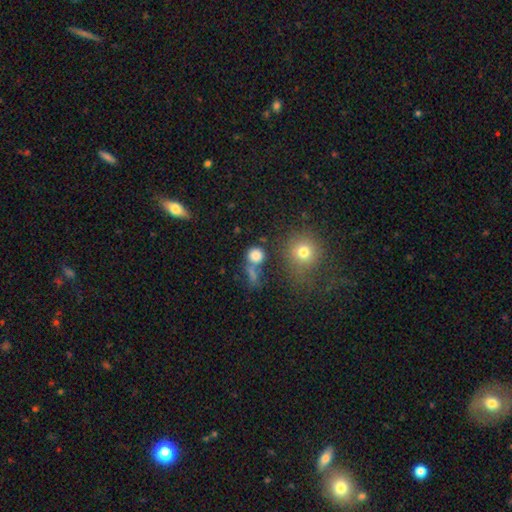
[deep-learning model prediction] Q: Smooth or featured?
A: smooth (79%); runner-up: star or artifact (14%)
Q: How rounded?
A: round (88%); runner-up: in between (10%)
Q: Merging?
A: none (60%); runner-up: merger (22%)